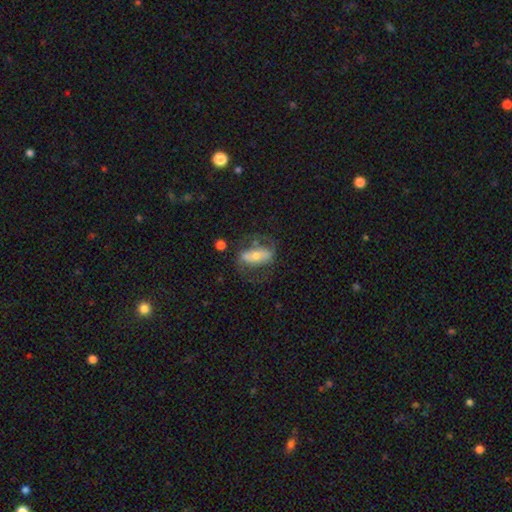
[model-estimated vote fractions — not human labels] A featured or disk galaxy (58%) with a strong bar (48%), spiral arms (60%) and a moderate central bulge (46%). Merging: none (54%).